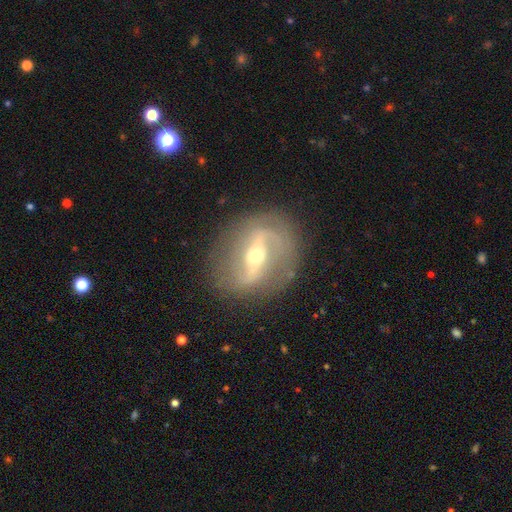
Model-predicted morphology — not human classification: Smooth or featured: featured or disk — 82% (smooth — 11%)
Edge-on disk: no — 91% (yes — 9%)
Bar: strong — 60% (weak — 29%)
Spiral arms: yes — 76% (no — 24%)
Spiral winding: loose — 41% (medium — 37%)
Spiral arm count: 2 — 81% (can't tell — 10%)
Bulge size: moderate — 60% (small — 35%)
Merging: none — 81% (minor disturbance — 12%)